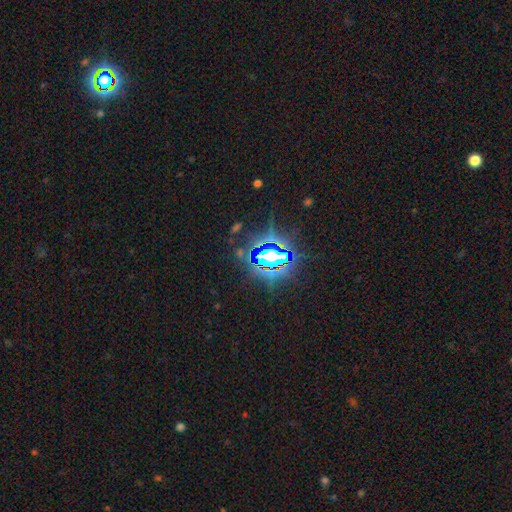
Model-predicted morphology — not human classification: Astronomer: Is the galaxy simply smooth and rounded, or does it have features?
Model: star or artifact — 84%.